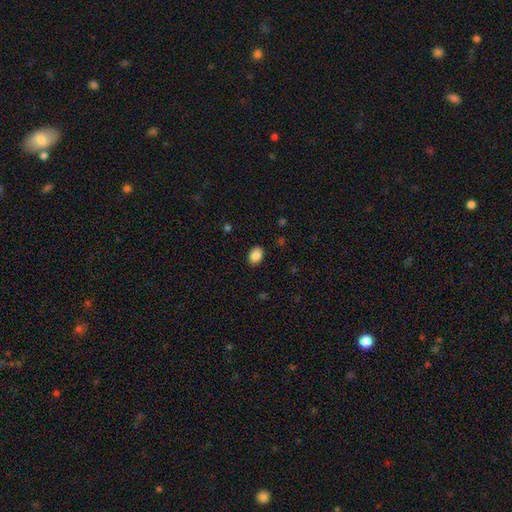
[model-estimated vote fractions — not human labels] smooth-or-featured: smooth: 88% | star or artifact: 8% | featured or disk: 4%
  how-rounded: in between: 78% | round: 21% | cigar-shaped: 1%
  merging: none: 89% | minor disturbance: 8% | major disturbance: 2% | merger: 1%